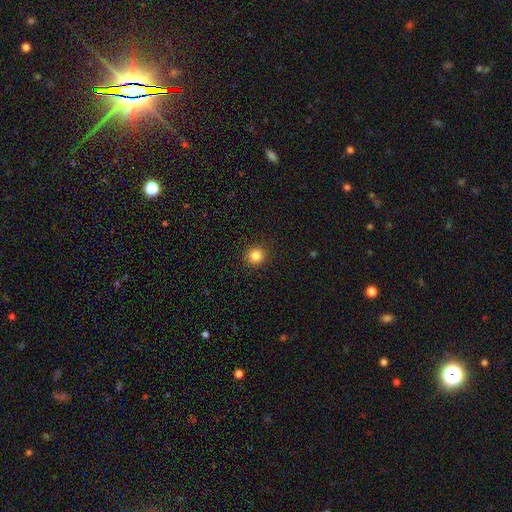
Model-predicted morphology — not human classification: A smooth galaxy with no disk features (84%) that is round (92%). Merging: none (92%).